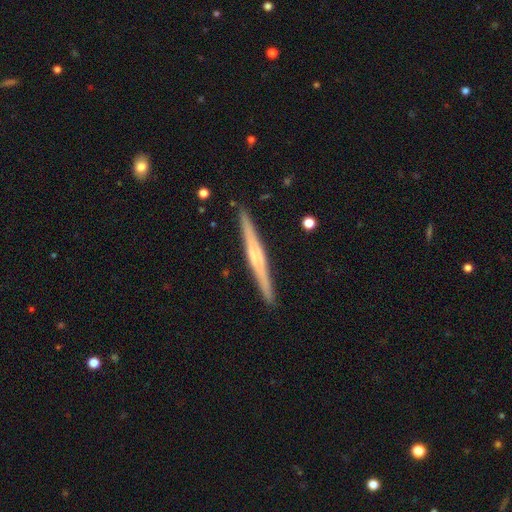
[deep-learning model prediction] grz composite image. It shows a featured or disk galaxy (67%) viewed edge-on (98%) with a rounded central bulge (45%). Merging: none (91%).